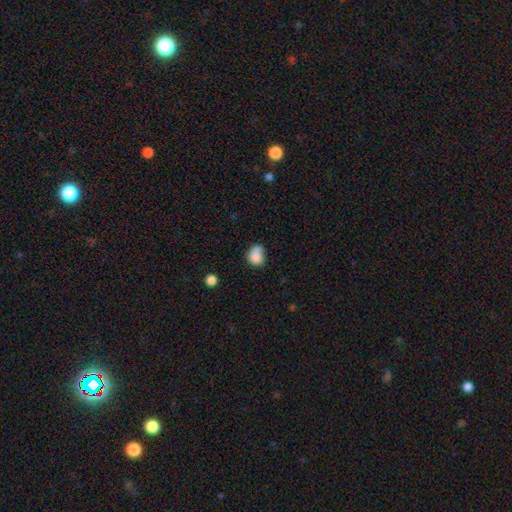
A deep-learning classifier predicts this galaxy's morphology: This appears to be a smooth galaxy with no disk features (81%) that is round (52%). Merging: none (41%).